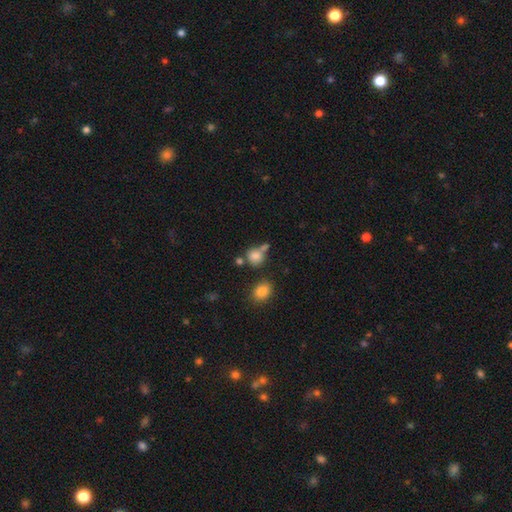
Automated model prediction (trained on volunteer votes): Q: Smooth or featured?
A: smooth (80%); runner-up: star or artifact (12%)
Q: How rounded?
A: round (75%); runner-up: in between (24%)
Q: Merging?
A: none (50%); runner-up: merger (30%)